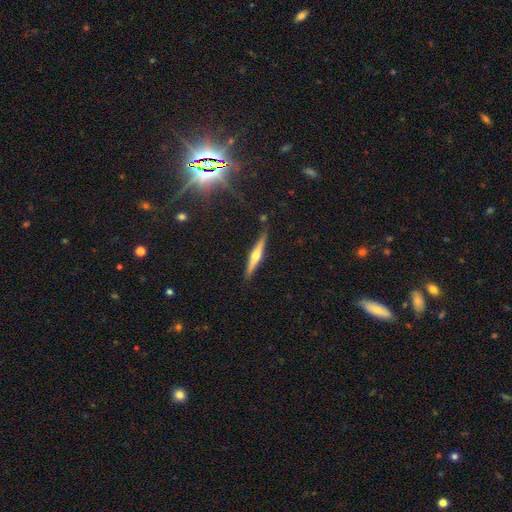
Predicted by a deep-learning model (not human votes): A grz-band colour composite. It shows a featured or disk galaxy (64%) viewed edge-on (97%) with a rounded central bulge (89%). Merging: none (86%).